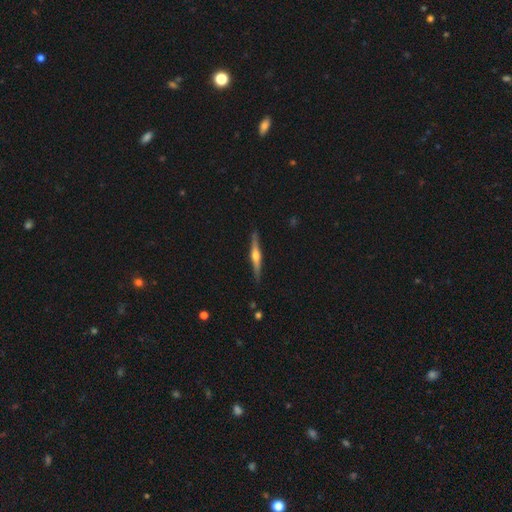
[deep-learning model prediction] featured or disk 73%, smooth 22%, star or artifact 5%. Down the decision tree: edge-on disk — yes (98%); edge-on bulge — rounded (92%); merging — none (89%).